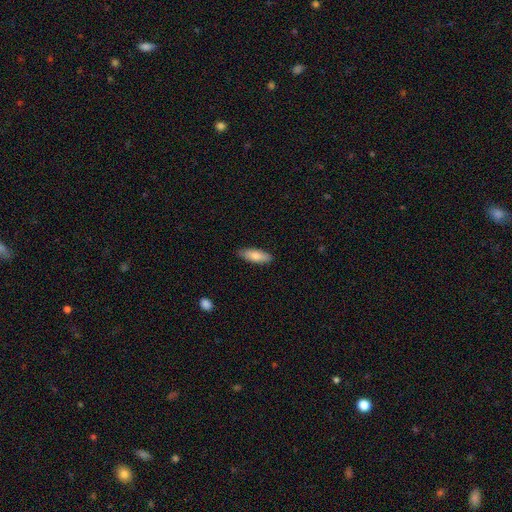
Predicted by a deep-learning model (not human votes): This is clearly a smooth galaxy (82%). How rounded: likely in between (67%). Merging: clearly none (87%).